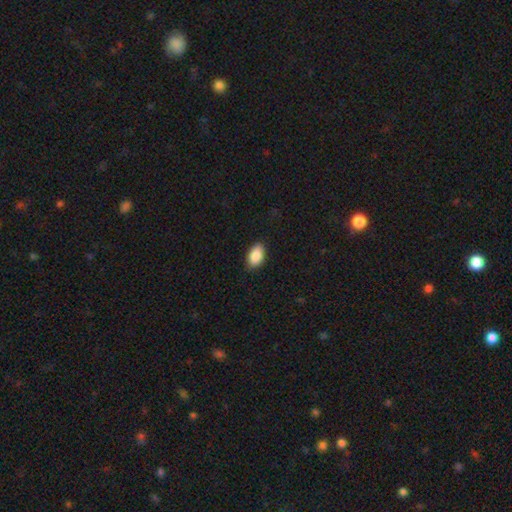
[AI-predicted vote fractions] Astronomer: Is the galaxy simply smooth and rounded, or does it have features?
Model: smooth — 89%.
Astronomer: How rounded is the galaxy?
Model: in between — 93%.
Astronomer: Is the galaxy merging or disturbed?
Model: none — 86%.